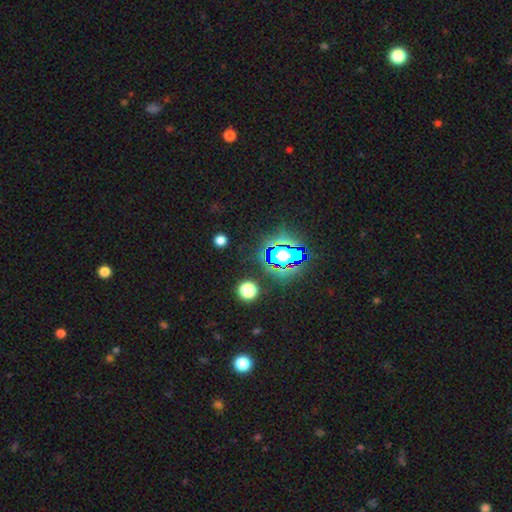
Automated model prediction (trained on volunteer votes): A star or artifact, not a galaxy (74%).

Vote fractions:
- Smooth or featured? star or artifact: 74% / smooth: 18% / featured or disk: 8%